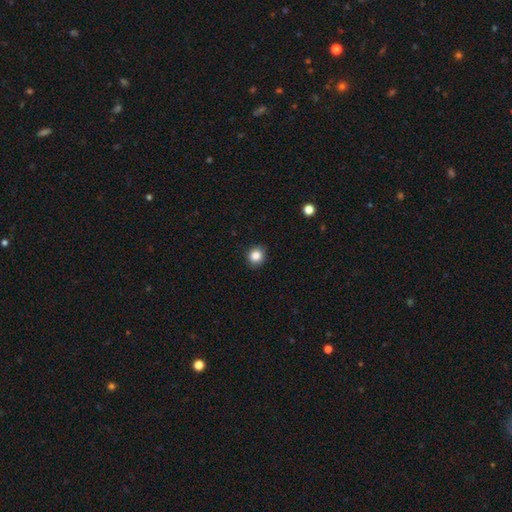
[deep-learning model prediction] Smooth or featured: smooth — 85% (star or artifact — 10%)
How rounded: round — 86% (in between — 13%)
Merging: none — 88% (minor disturbance — 9%)